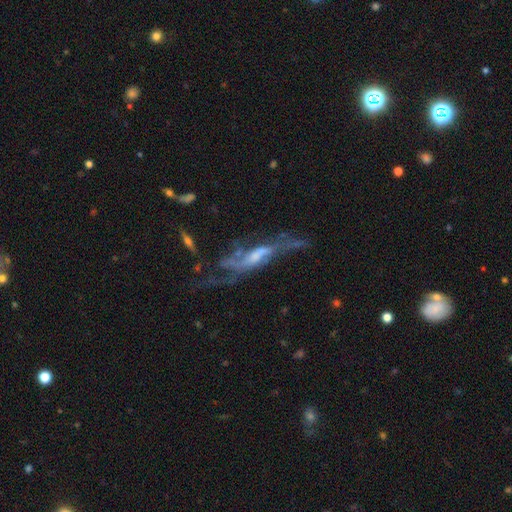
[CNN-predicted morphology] smooth-or-featured: featured or disk: 76% | smooth: 14% | star or artifact: 10%
  disk-edge-on: no: 67% | yes: 33%
    bar: no: 41% | weak: 38% | strong: 21%
    has-spiral-arms: yes: 76% | no: 24%
    bulge-size: moderate: 36% (tied) | small: 36% (tied) | none: 18% | large: 8% | dominant: 2%
  merging: none: 38% | major disturbance: 34% | minor disturbance: 19% | merger: 9%